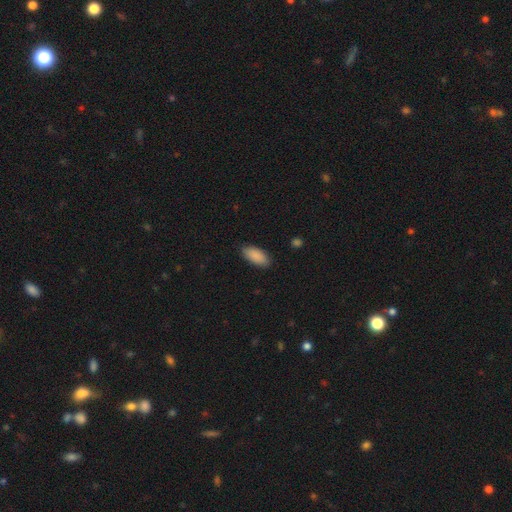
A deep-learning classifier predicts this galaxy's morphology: Smooth or featured: smooth — 90% (star or artifact — 6%)
How rounded: in between — 88% (cigar-shaped — 10%)
Merging: none — 87% (minor disturbance — 10%)